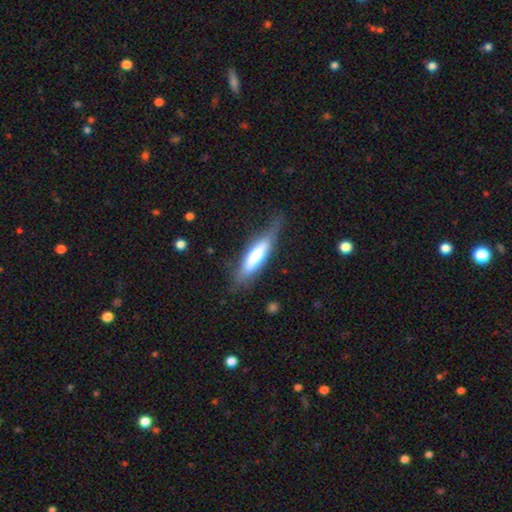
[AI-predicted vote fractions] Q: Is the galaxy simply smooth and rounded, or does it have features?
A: smooth — 59%.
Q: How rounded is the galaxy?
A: cigar-shaped — 66%.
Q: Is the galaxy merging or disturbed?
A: none — 65%.